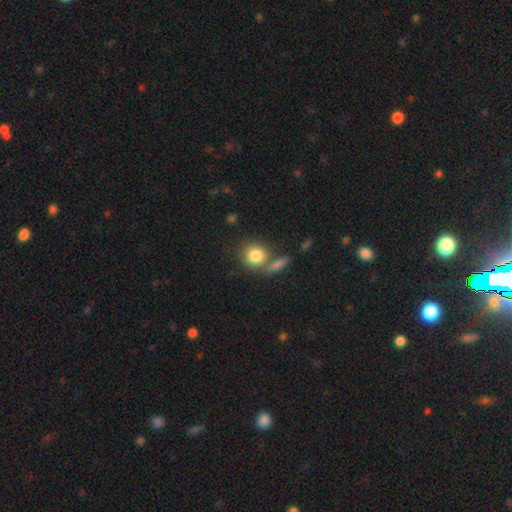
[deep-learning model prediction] Q: Smooth or featured?
A: smooth (82%); runner-up: featured or disk (9%)
Q: How rounded?
A: round (81%); runner-up: in between (17%)
Q: Merging?
A: none (58%); runner-up: merger (27%)